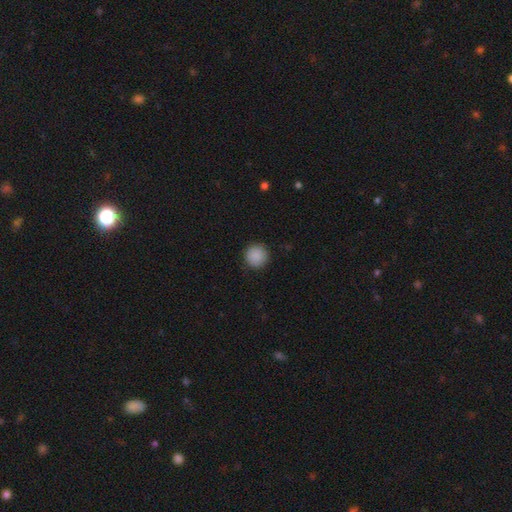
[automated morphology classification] A smooth galaxy with no disk features (89%) that is round (96%). Merging: none (92%).